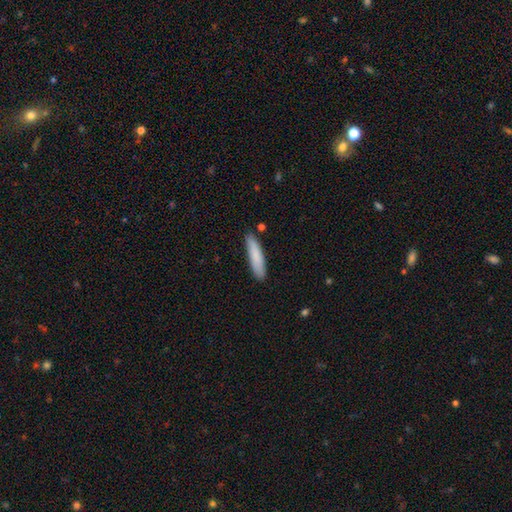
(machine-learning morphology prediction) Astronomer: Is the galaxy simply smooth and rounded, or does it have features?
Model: smooth — 83%.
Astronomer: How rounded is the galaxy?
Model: cigar-shaped — 80%.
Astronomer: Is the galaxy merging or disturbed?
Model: none — 85%.